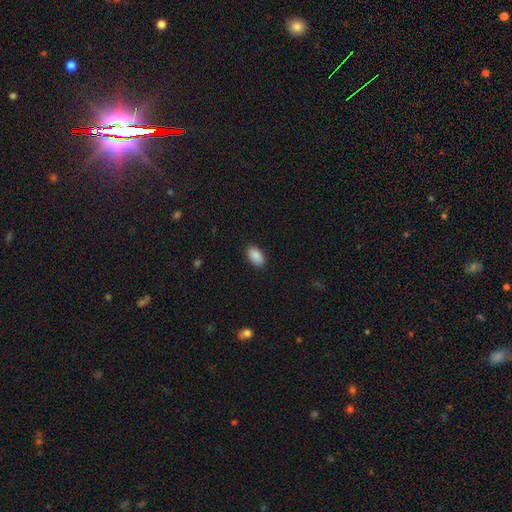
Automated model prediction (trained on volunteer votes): smooth 90%, star or artifact 7%, featured or disk 3%. Down the decision tree: how rounded — in between (94%); merging — none (88%).